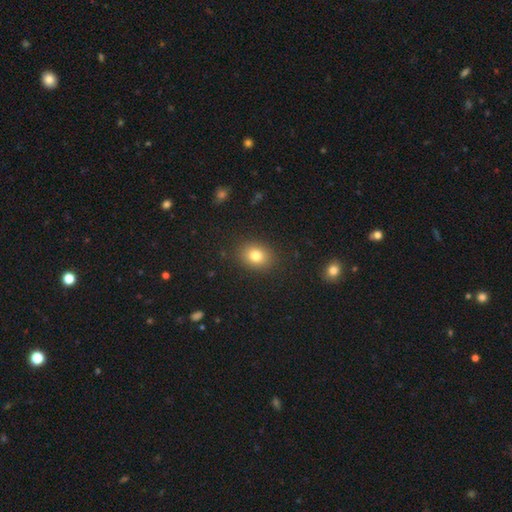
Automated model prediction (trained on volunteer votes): smooth-or-featured: smooth: 80% | star or artifact: 11% | featured or disk: 9%
  how-rounded: in between: 51% | round: 48% | cigar-shaped: 1%
  merging: none: 88% | minor disturbance: 8% | major disturbance: 3% | merger: 1%